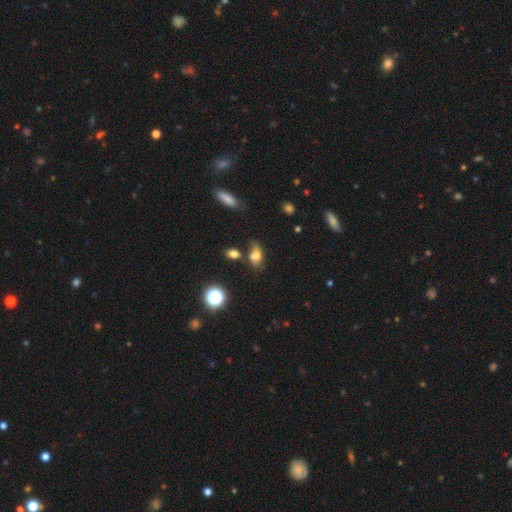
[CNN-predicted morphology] This is likely a smooth galaxy (65%). How rounded: likely in between (78%). Merging: marginally none (41%).